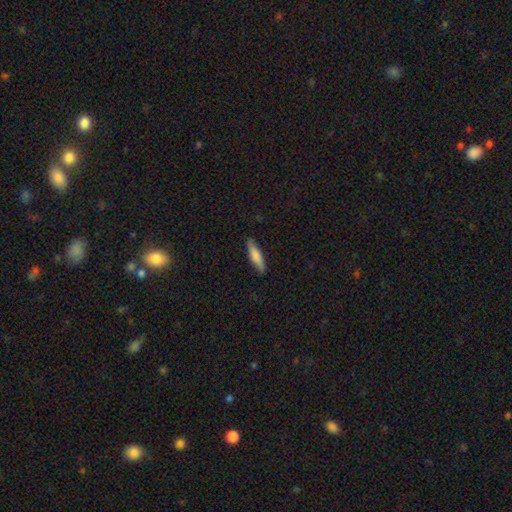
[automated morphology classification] Smooth or featured?
  - smooth: 77% *
  - featured or disk: 18%
  - star or artifact: 5%
How rounded?
  - cigar-shaped: 75% *
  - in between: 24%
  - round: 2%
Merging?
  - none: 86% *
  - minor disturbance: 11%
  - major disturbance: 2%
  - merger: 1%